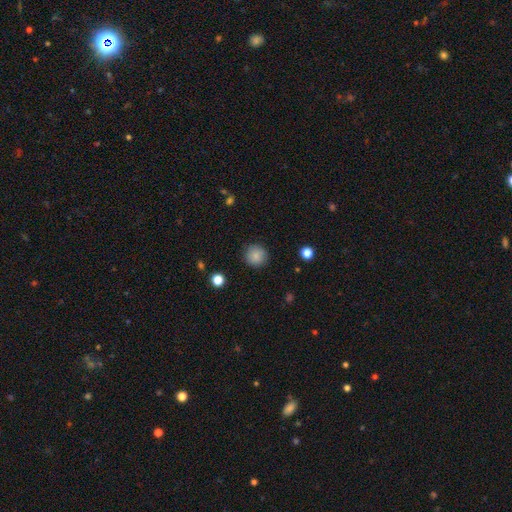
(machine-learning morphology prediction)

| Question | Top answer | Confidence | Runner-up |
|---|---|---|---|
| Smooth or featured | smooth | 86% | star or artifact (9%) |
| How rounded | round | 94% | in between (5%) |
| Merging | none | 89% | minor disturbance (7%) |